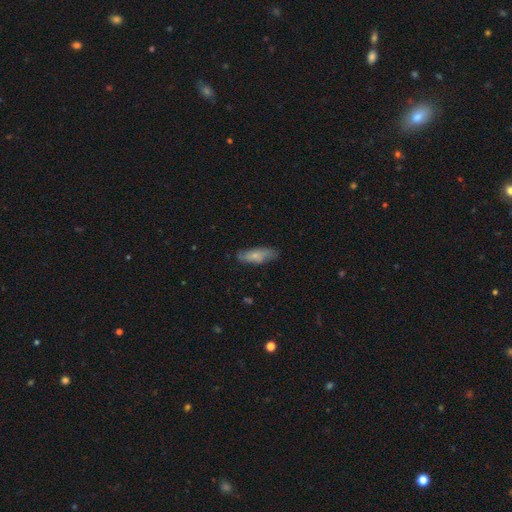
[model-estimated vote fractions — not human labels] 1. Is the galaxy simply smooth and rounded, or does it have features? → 60% smooth, 34% featured or disk, 6% star or artifact.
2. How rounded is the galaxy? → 62% in between, 35% cigar-shaped, 2% round.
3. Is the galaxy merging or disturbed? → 71% none, 23% minor disturbance, 5% major disturbance, 2% merger.